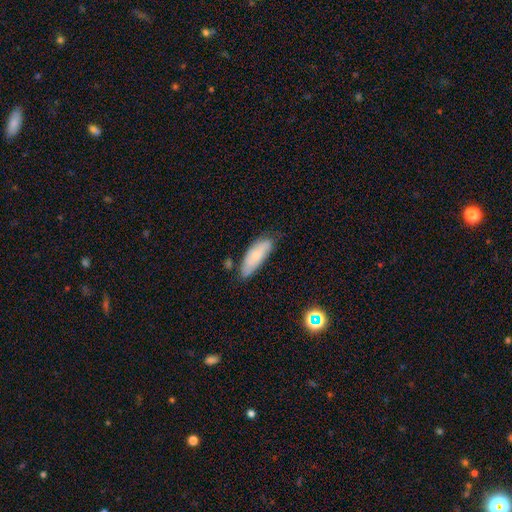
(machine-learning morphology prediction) A smooth galaxy with no disk features (67%) that is in between round and cigar-shaped (68%). Merging: none (61%).